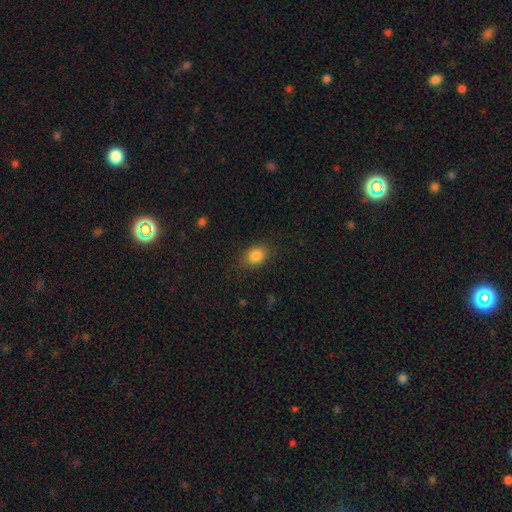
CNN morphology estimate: Overall: smooth (85%). How rounded: in between (67%; round 32%). Merging: none (84%).